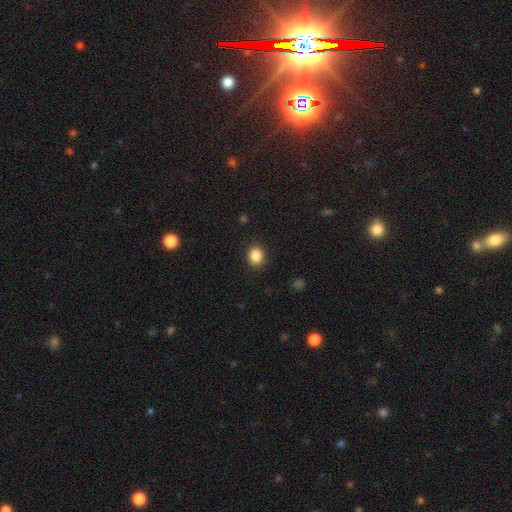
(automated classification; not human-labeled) This is clearly a smooth galaxy (86%). How rounded: likely round (65%). Merging: clearly none (89%).